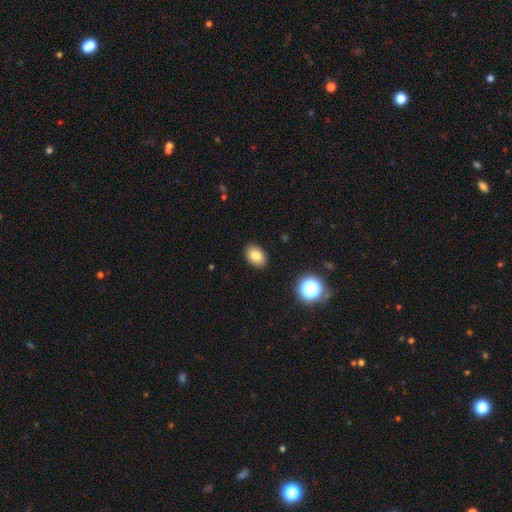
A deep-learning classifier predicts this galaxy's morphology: This is clearly a smooth galaxy (82%). How rounded: likely in between (76%). Merging: clearly none (89%).